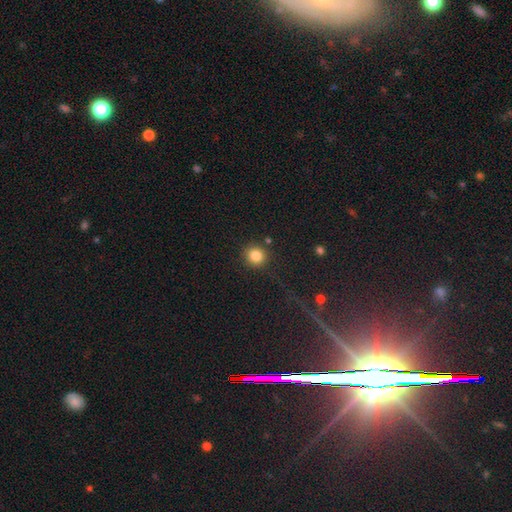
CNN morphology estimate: smooth-or-featured: smooth: 84% | star or artifact: 11% | featured or disk: 5%
  how-rounded: round: 91% | in between: 8% | cigar-shaped: 1%
  merging: none: 85% | minor disturbance: 8% | merger: 4% | major disturbance: 3%